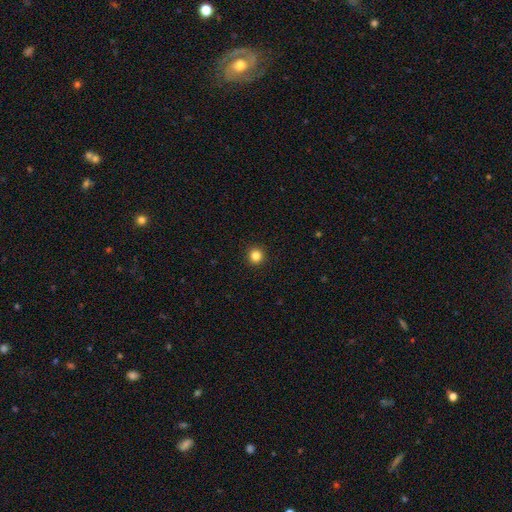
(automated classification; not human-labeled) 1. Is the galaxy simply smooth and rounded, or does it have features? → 84% smooth, 12% star or artifact, 4% featured or disk.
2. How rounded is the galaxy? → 96% round, 3% in between, 1% cigar-shaped.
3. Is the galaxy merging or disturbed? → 94% none, 4% minor disturbance, 1% major disturbance, 1% merger.